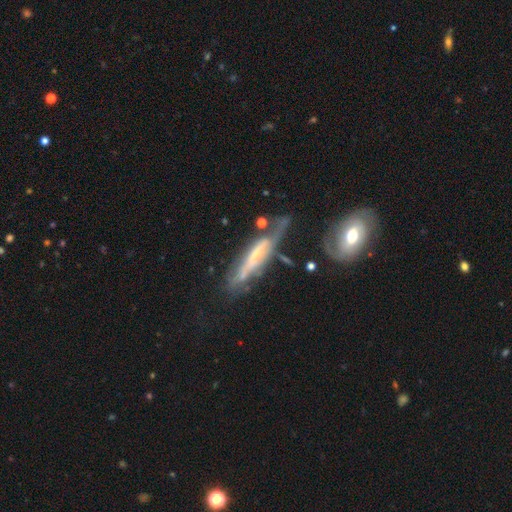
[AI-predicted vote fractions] The model was most divided on "merging": none: 45%, minor disturbance: 26%, major disturbance: 18%, merger: 12%. More confident: smooth or featured — featured or disk (70%); edge-on disk — yes (64%).